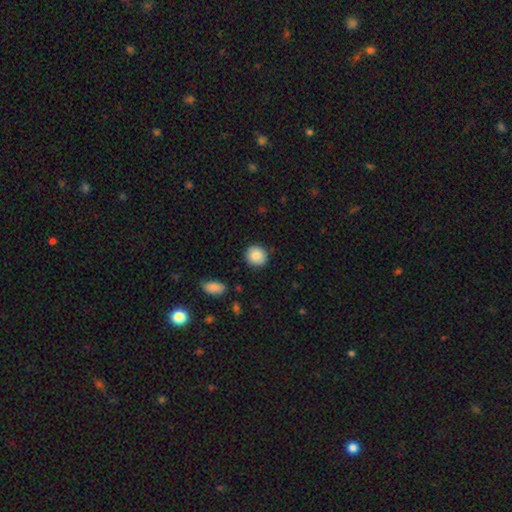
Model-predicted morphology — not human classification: This appears to be a smooth galaxy with no disk features (85%) that is round (88%). Merging: none (89%).